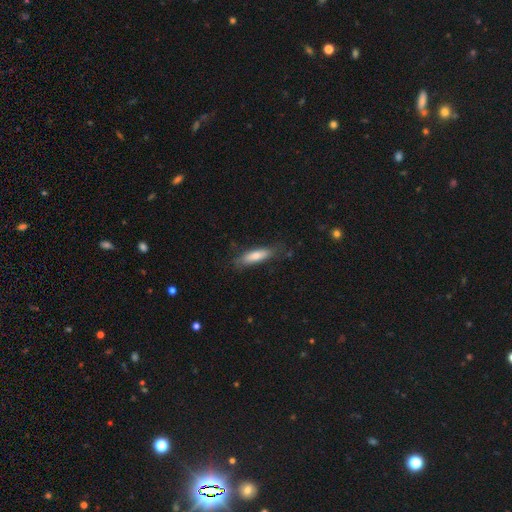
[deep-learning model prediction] Q: Smooth or featured?
A: smooth (68%); runner-up: featured or disk (25%)
Q: How rounded?
A: cigar-shaped (68%); runner-up: in between (31%)
Q: Merging?
A: none (76%); runner-up: minor disturbance (18%)